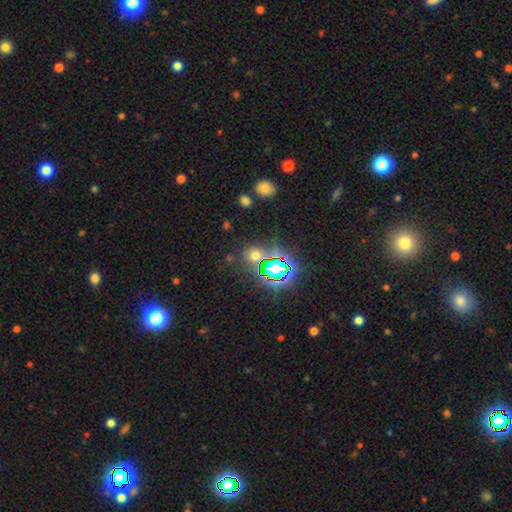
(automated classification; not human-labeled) Smooth or featured: star or artifact — 52% (smooth — 40%)